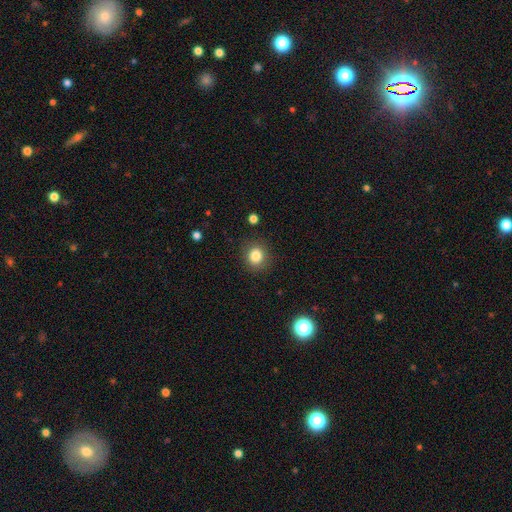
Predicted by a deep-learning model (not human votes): Smooth or featured? Predicted: smooth (p=0.83). How rounded? Predicted: round (p=0.82). Merging? Predicted: none (p=0.88).